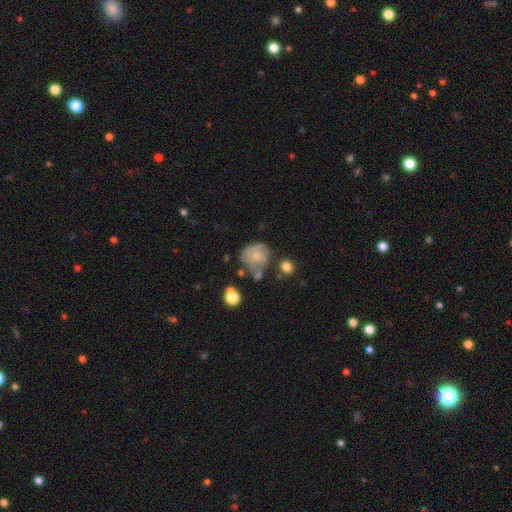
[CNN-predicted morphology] Smooth or featured?
  - smooth: 48% *
  - featured or disk: 42%
  - star or artifact: 9%
Merging?
  - none: 42% *
  - minor disturbance: 27%
  - major disturbance: 18%
  - merger: 14%